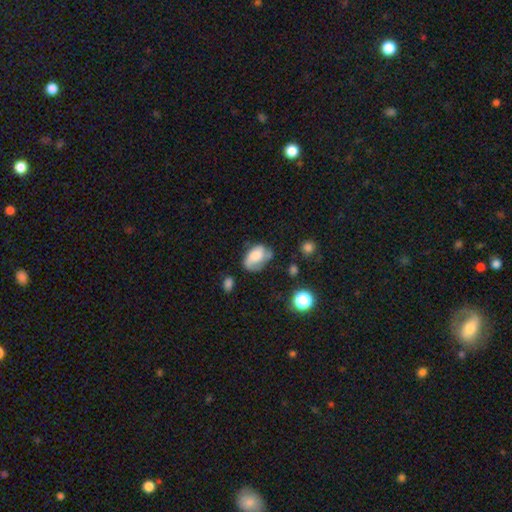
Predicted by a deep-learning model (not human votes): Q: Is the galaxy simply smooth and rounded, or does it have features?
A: smooth — 57%.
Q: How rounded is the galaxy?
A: in between — 84%.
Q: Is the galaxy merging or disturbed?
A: none — 42%.